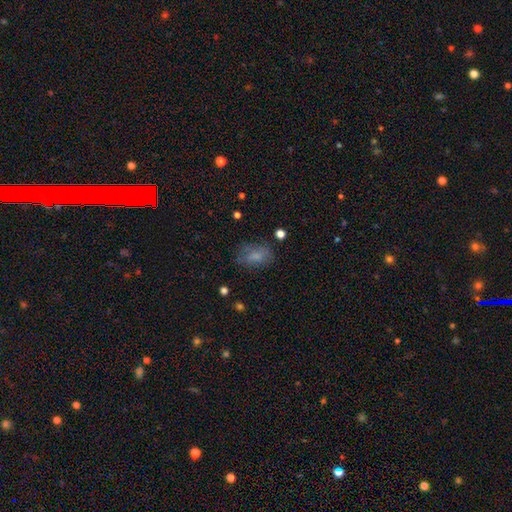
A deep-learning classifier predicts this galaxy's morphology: Smooth or featured? Predicted: smooth (p=0.72). How rounded? Predicted: in between (p=0.82). Merging? Predicted: none (p=0.61).